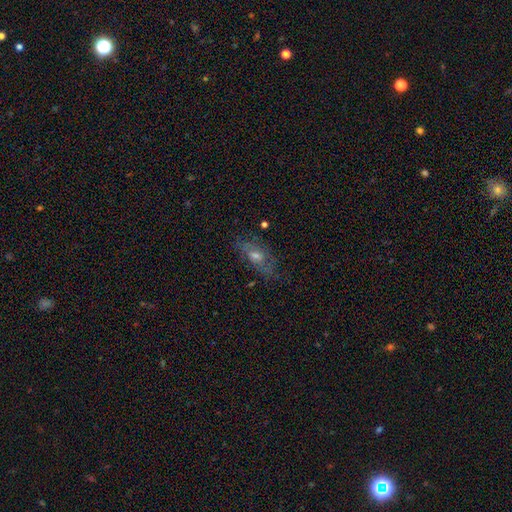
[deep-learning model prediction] Morphology: type=featured or disk (60%); edge-on=no (84%); bar=no (64%); spiral arms=yes (74%); bulge=moderate (60%); merging=none (69%).